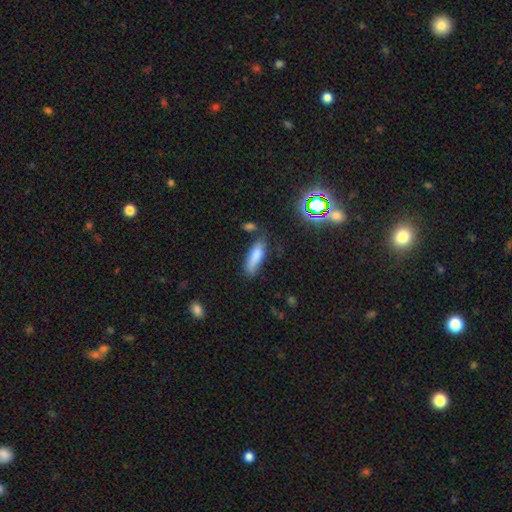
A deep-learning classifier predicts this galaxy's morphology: Overall: smooth (80%). How rounded: in between (51%; cigar-shaped 47%). Merging: none (65%).